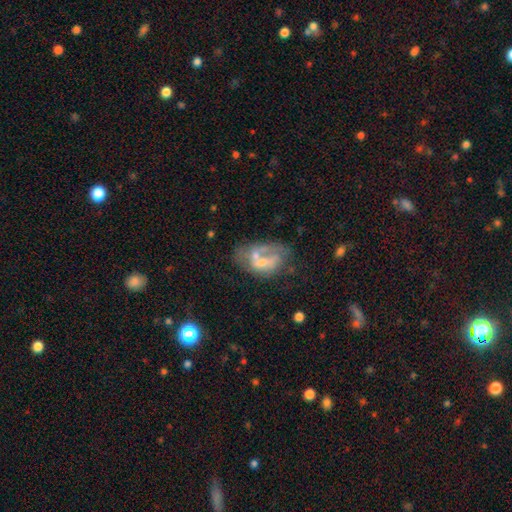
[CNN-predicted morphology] This appears to be a featured or disk galaxy (53%) with no bar (72%), no spiral arms (73%) and a moderate central bulge (33%). Merging: merger (30%).